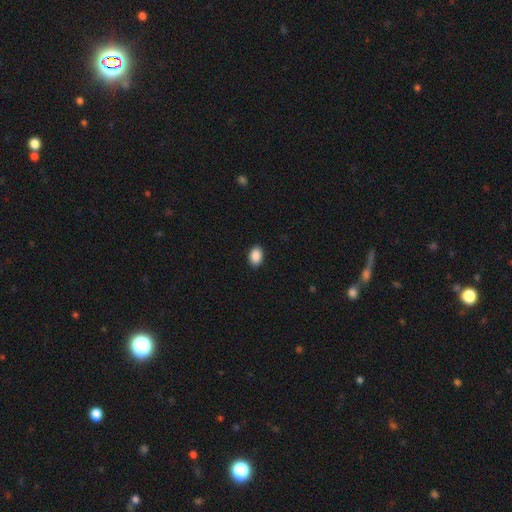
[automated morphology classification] A smooth galaxy with no disk features (90%) that is in between round and cigar-shaped (80%).

Vote fractions:
- Smooth or featured? smooth: 90% / star or artifact: 8% / featured or disk: 2%
- How rounded? in between: 80% / round: 19% / cigar-shaped: 1%
- Merging? none: 91% / minor disturbance: 7% / major disturbance: 2% / merger: 1%